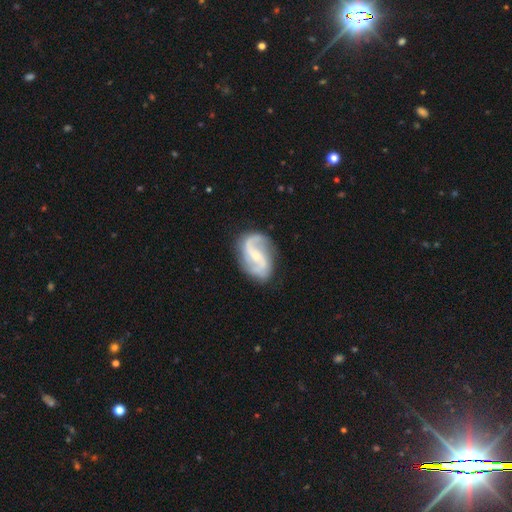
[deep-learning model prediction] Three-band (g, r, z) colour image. It shows a featured or disk galaxy (88%) with a weak bar (44%), 2 (91%) loose (44%) spiral arms (97%) and a small central bulge (61%). Merging: none (79%).